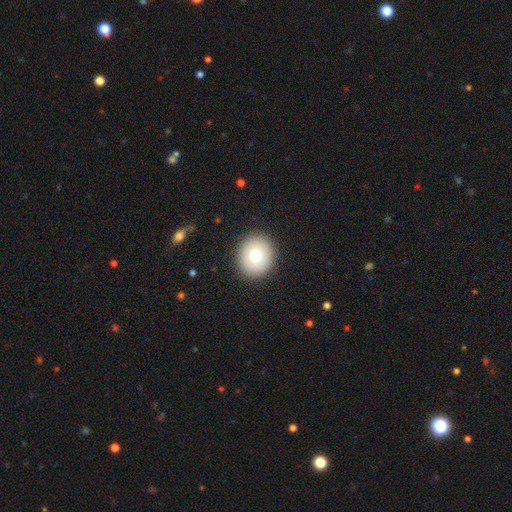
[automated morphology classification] A smooth galaxy with no disk features (72%) that is round (80%). Merging: none (90%).